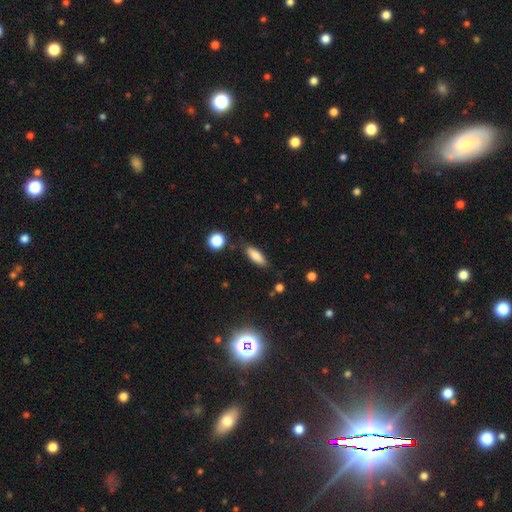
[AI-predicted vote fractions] The model was most divided on "how rounded": in between: 60%, cigar-shaped: 38%, round: 3%. More confident: smooth or featured — smooth (81%); merging — none (81%).